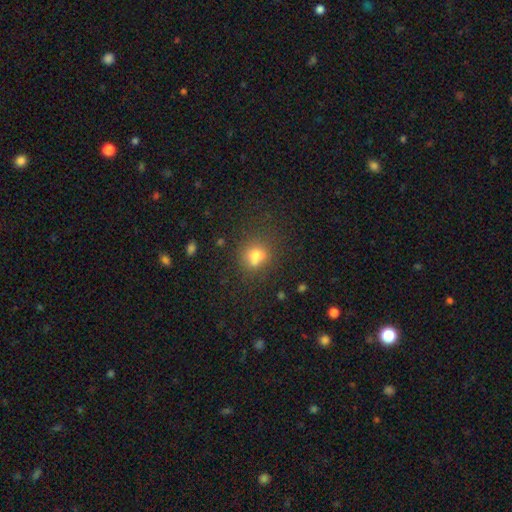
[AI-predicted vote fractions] Overall: smooth (71%). How rounded: round (77%). Merging: none (54%; merger 26%).